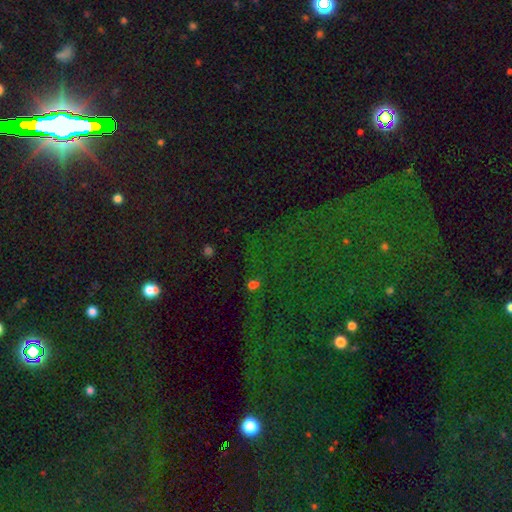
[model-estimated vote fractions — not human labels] smooth_or_featured: star or artifact (p=0.79) [alt: smooth p=0.12]